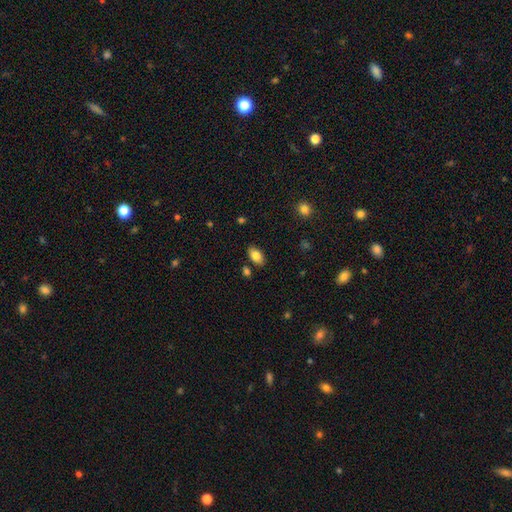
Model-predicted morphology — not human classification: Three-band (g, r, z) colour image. It shows a smooth galaxy with no disk features (83%) that is in between round and cigar-shaped (92%). Merging: none (82%).